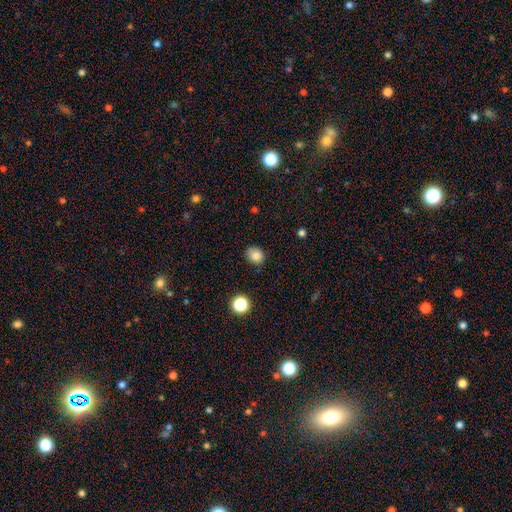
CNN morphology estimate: type=smooth (84%); roundness=round (71%); merging=none (82%).